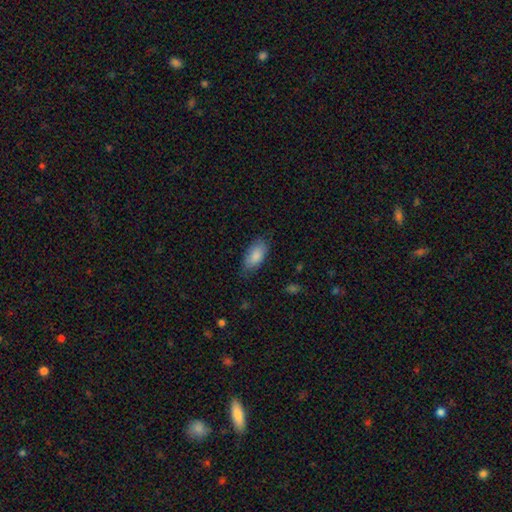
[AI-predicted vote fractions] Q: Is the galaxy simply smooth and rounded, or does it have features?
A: smooth — 86%.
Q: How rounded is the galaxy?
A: in between — 90%.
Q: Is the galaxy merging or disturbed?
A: none — 77%.